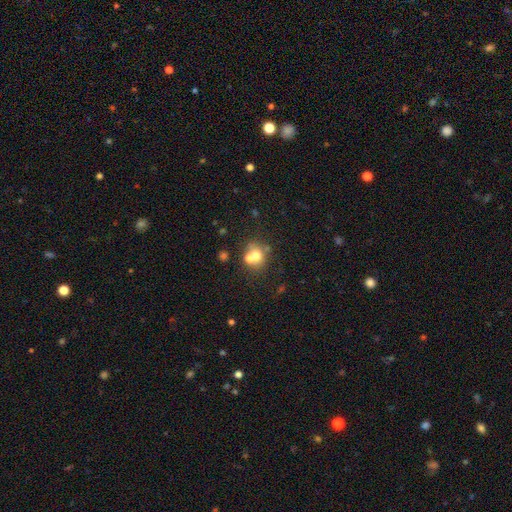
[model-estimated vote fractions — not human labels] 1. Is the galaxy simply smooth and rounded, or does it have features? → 61% smooth, 24% featured or disk, 15% star or artifact.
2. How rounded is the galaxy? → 74% round, 25% in between, 1% cigar-shaped.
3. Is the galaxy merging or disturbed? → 44% merger, 42% none, 9% minor disturbance, 5% major disturbance.